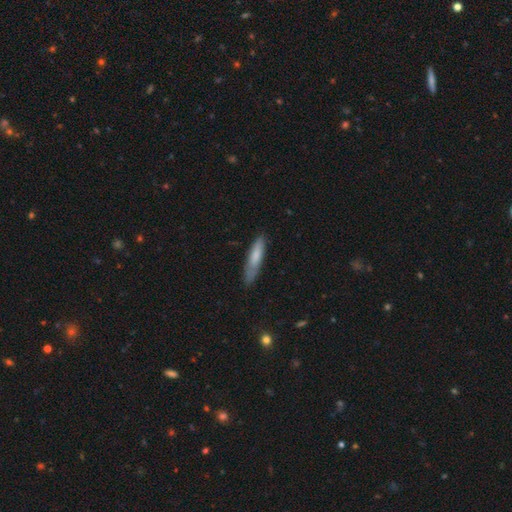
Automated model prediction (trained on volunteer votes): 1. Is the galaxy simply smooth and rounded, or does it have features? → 74% smooth, 20% featured or disk, 6% star or artifact.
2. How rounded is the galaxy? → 82% cigar-shaped, 17% in between, 1% round.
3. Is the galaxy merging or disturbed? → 74% none, 20% minor disturbance, 4% major disturbance, 2% merger.